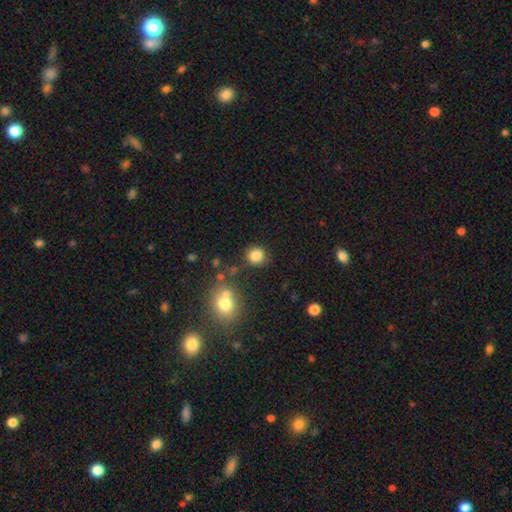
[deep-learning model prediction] smooth_or_featured: smooth (p=0.84) [alt: star or artifact p=0.11]
how_rounded: round (p=0.84) [alt: in between p=0.15]
merging: none (p=0.79) [alt: minor disturbance p=0.12]